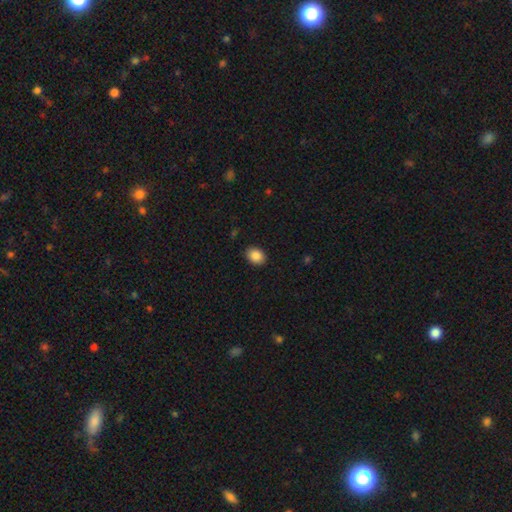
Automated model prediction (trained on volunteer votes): This is clearly a smooth galaxy (88%). How rounded: likely in between (62%). Merging: clearly none (90%).